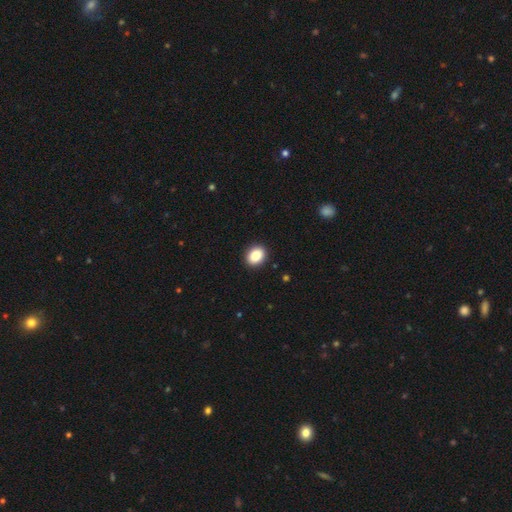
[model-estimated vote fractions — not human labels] Smooth or featured? smooth (88%)
How rounded? in between (52%)
Merging? none (91%)